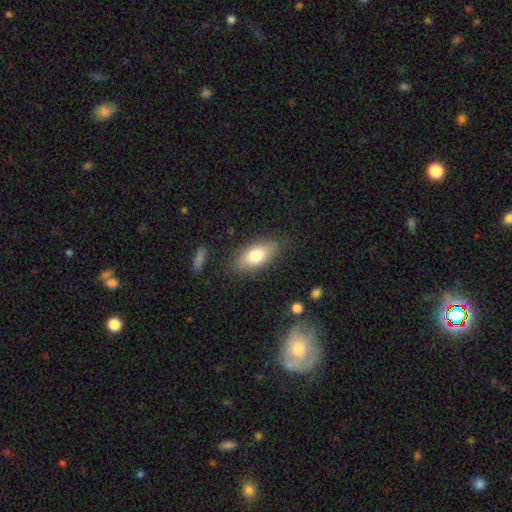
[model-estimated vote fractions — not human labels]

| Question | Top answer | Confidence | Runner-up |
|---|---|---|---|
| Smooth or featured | smooth | 74% | featured or disk (19%) |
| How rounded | in between | 84% | cigar-shaped (11%) |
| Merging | none | 82% | minor disturbance (13%) |